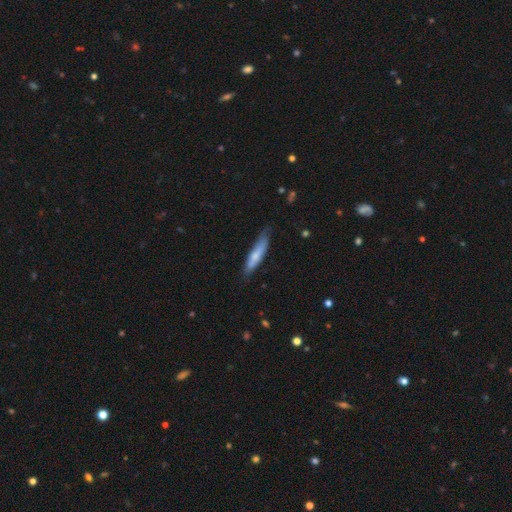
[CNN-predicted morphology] This is likely a smooth galaxy (69%). How rounded: clearly cigar-shaped (82%). Merging: likely none (70%).